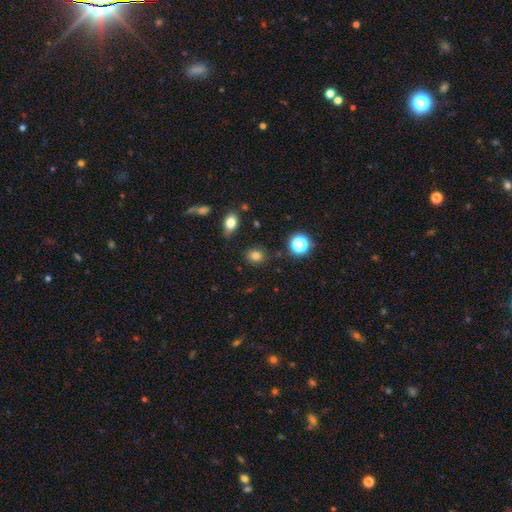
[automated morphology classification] A smooth galaxy with no disk features (79%) that is round (57%).

Vote fractions:
- Smooth or featured? smooth: 79% / star or artifact: 15% / featured or disk: 6%
- How rounded? round: 57% / in between: 41% / cigar-shaped: 1%
- Merging? none: 84% / minor disturbance: 11% / major disturbance: 3% / merger: 2%